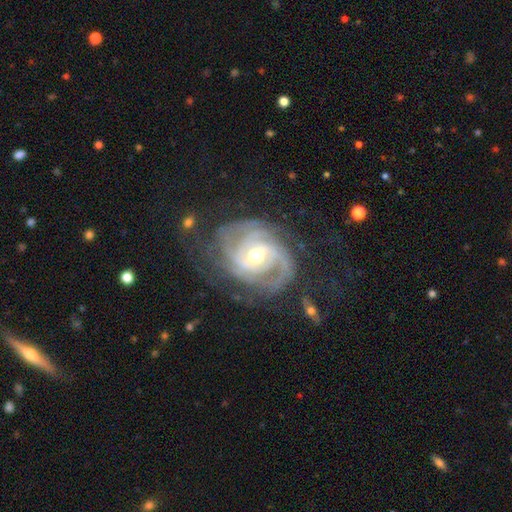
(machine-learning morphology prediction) Smooth or featured: featured or disk — 89% (smooth — 6%)
Edge-on disk: no — 97% (yes — 3%)
Bar: weak — 48% (no — 33%)
Spiral arms: yes — 97% (no — 3%)
Spiral winding: tight — 54% (medium — 36%)
Spiral arm count: 2 — 37% (3 — 22%)
Bulge size: moderate — 61% (small — 34%)
Merging: none — 64% (minor disturbance — 20%)